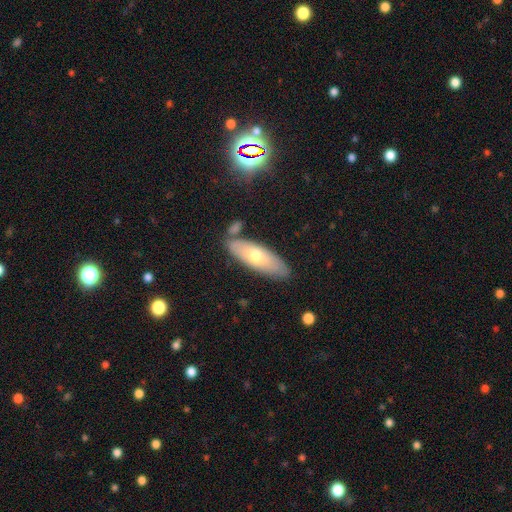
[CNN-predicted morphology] This appears to be a smooth galaxy with no disk features (58%) that is in between round and cigar-shaped (61%). Merging: none (78%).